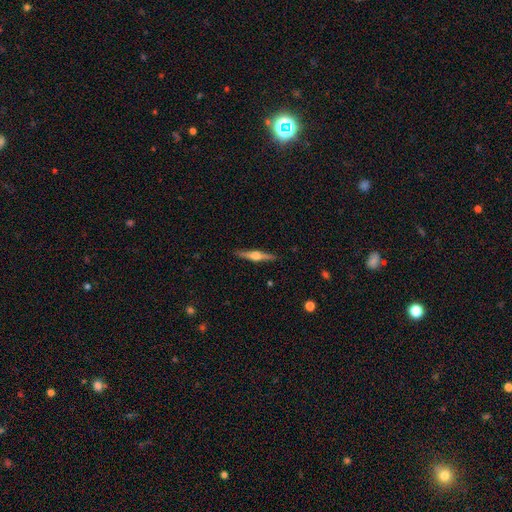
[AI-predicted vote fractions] featured or disk 75%, smooth 19%, star or artifact 6%. Down the decision tree: edge-on disk — yes (98%); edge-on bulge — rounded (93%); merging — none (91%).